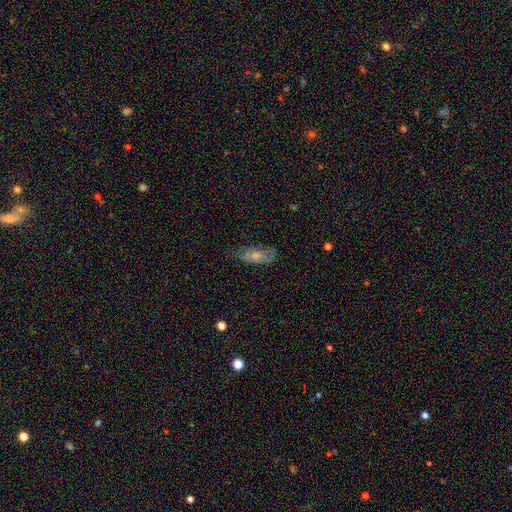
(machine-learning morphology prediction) This appears to be a smooth galaxy with no disk features (64%) that is in between round and cigar-shaped (82%). Merging: none (56%).